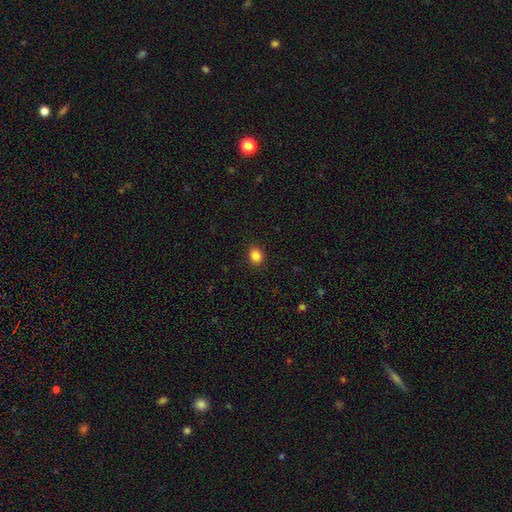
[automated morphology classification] A smooth galaxy with no disk features (85%) that is round (64%).

Vote fractions:
- Smooth or featured? smooth: 85% / star or artifact: 11% / featured or disk: 4%
- How rounded? round: 64% / in between: 35% / cigar-shaped: 1%
- Merging? none: 90% / minor disturbance: 7% / major disturbance: 2% / merger: 1%